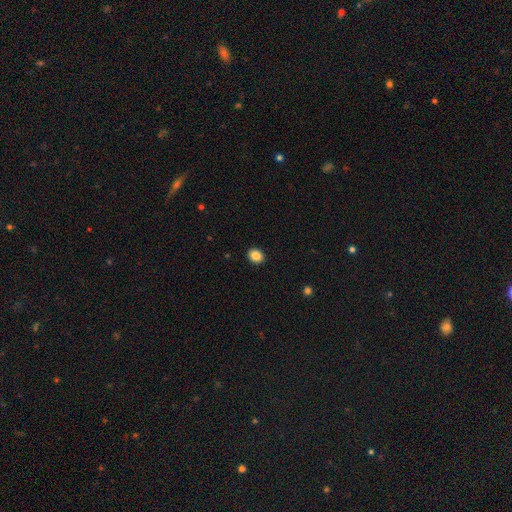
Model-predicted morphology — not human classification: A smooth galaxy with no disk features (86%) that is round (58%).

Vote fractions:
- Smooth or featured? smooth: 86% / star or artifact: 9% / featured or disk: 5%
- How rounded? round: 58% / in between: 41% / cigar-shaped: 1%
- Merging? none: 92% / minor disturbance: 6% / major disturbance: 2% / merger: 1%